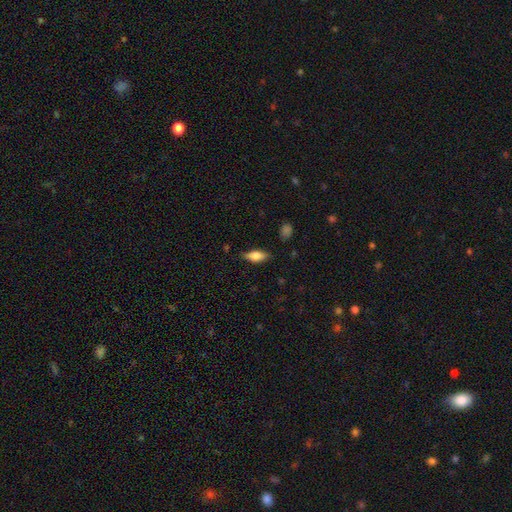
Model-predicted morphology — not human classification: Smooth or featured? Predicted: smooth (p=0.73). How rounded? Predicted: in between (p=0.79). Merging? Predicted: none (p=0.80).